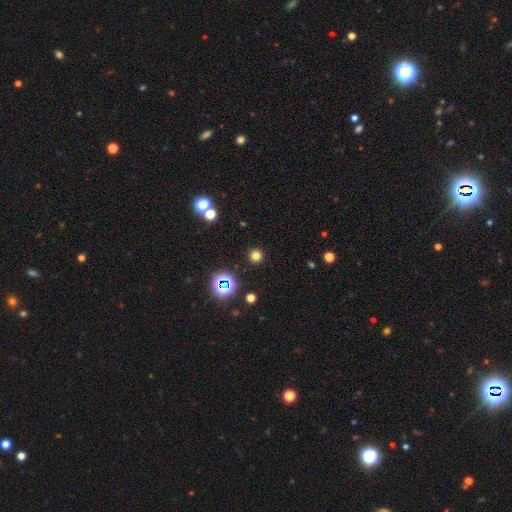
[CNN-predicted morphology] This is likely a smooth galaxy (73%). How rounded: clearly round (95%). Merging: clearly none (91%).